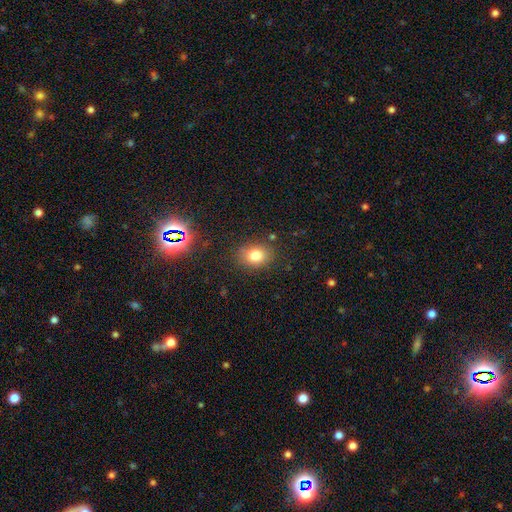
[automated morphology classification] type=smooth (79%); roundness=in between (60%); merging=none (81%).